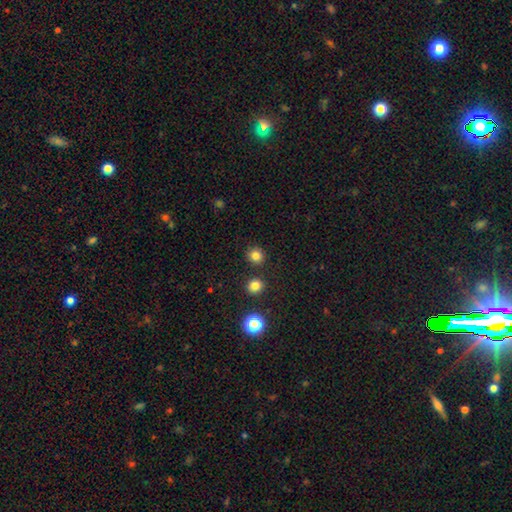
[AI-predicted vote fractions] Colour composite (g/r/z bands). It shows a smooth galaxy with no disk features (81%) that is round (90%). Merging: none (87%).